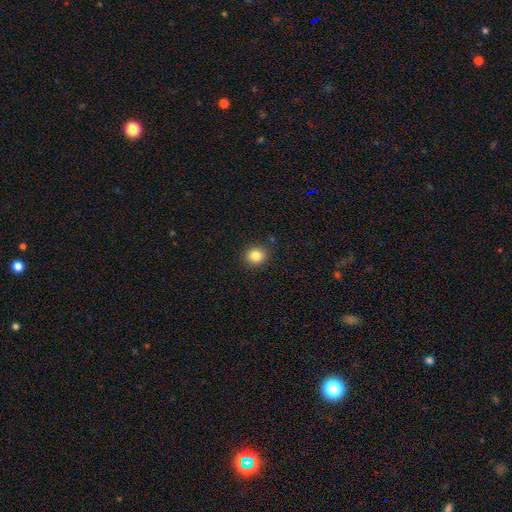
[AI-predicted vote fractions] Smooth or featured?
  - smooth: 84% *
  - star or artifact: 11%
  - featured or disk: 5%
How rounded?
  - round: 78% *
  - in between: 21%
  - cigar-shaped: 1%
Merging?
  - none: 88% *
  - minor disturbance: 8%
  - major disturbance: 2%
  - merger: 2%